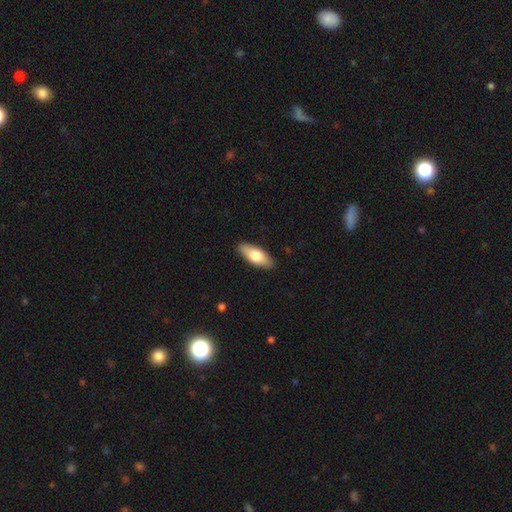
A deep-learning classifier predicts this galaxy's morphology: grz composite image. It shows a smooth galaxy with no disk features (74%) that is in between round and cigar-shaped (79%). Merging: none (89%).